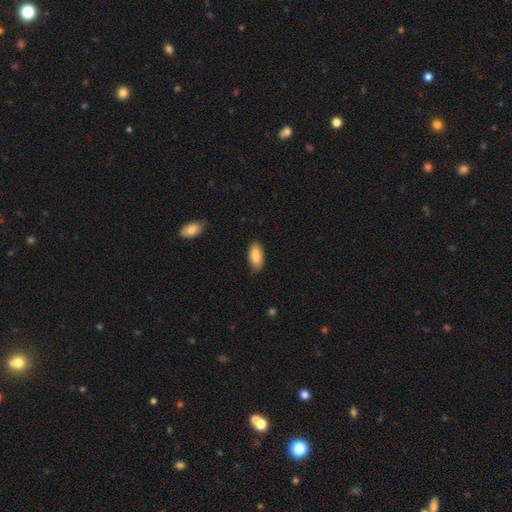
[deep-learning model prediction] This is clearly a smooth galaxy (86%). How rounded: clearly in between (90%). Merging: clearly none (84%).